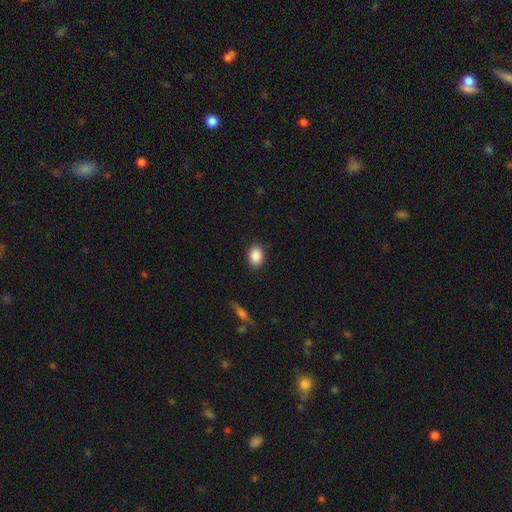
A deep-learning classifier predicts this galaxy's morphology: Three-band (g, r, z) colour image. It shows a smooth galaxy with no disk features (89%) that is in between round and cigar-shaped (74%). Merging: none (87%).